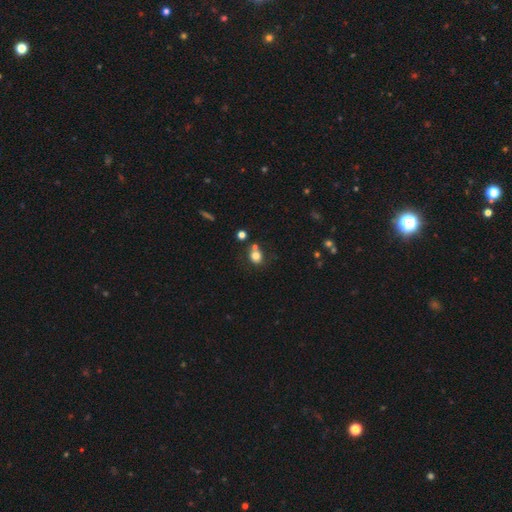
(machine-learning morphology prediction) Smooth or featured? smooth (78%)
How rounded? round (71%)
Merging? none (56%)